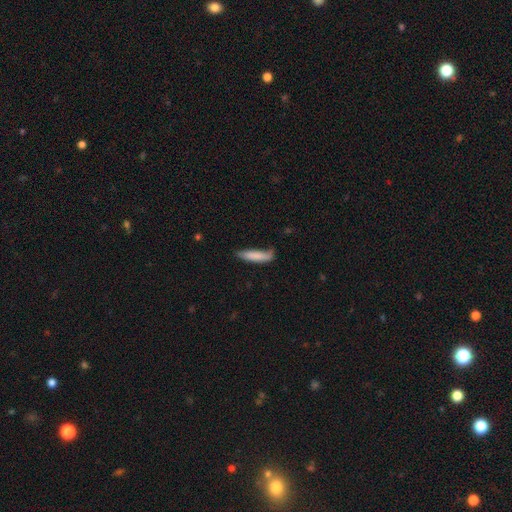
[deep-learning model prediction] Smooth or featured?
  - smooth: 81% *
  - featured or disk: 13%
  - star or artifact: 6%
How rounded?
  - cigar-shaped: 79% *
  - in between: 20%
  - round: 1%
Merging?
  - none: 57% *
  - minor disturbance: 31%
  - major disturbance: 8%
  - merger: 3%